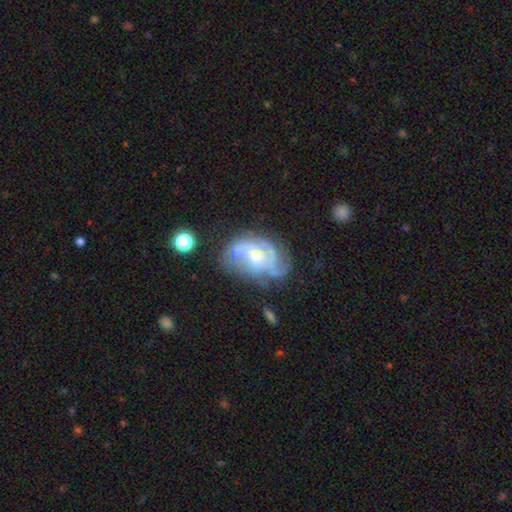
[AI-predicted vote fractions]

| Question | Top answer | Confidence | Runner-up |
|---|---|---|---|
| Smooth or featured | featured or disk | 84% | smooth (10%) |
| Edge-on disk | no | 97% | yes (3%) |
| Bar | no | 65% | weak (30%) |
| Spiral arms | yes | 95% | no (5%) |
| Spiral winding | tight | 47% | medium (41%) |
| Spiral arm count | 3 | 34% | can't tell (24%) |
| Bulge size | small | 58% | moderate (37%) |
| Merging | none | 60% | minor disturbance (24%) |